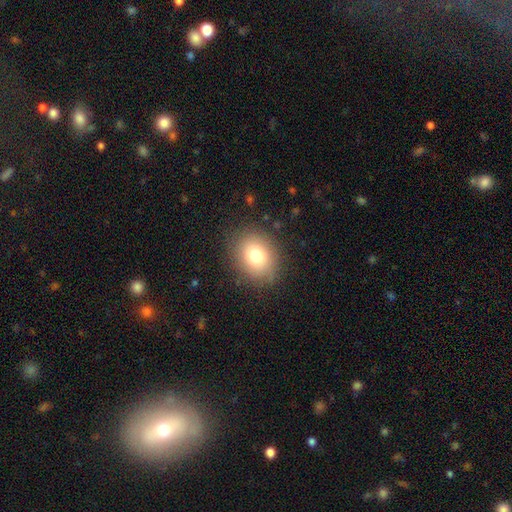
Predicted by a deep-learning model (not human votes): This is likely a smooth galaxy (76%). How rounded: possibly round (55%). Merging: clearly none (84%).